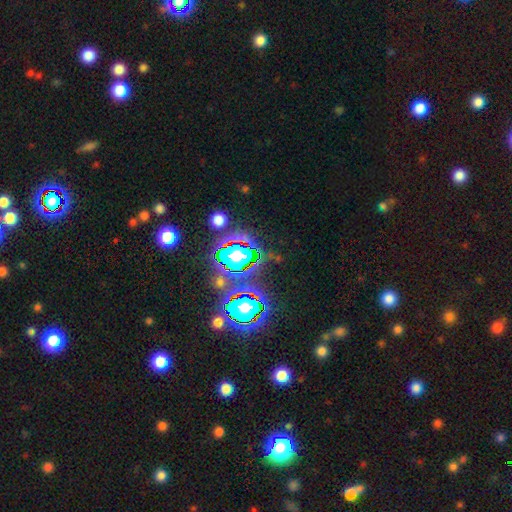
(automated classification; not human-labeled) A star or artifact, not a galaxy (79%).